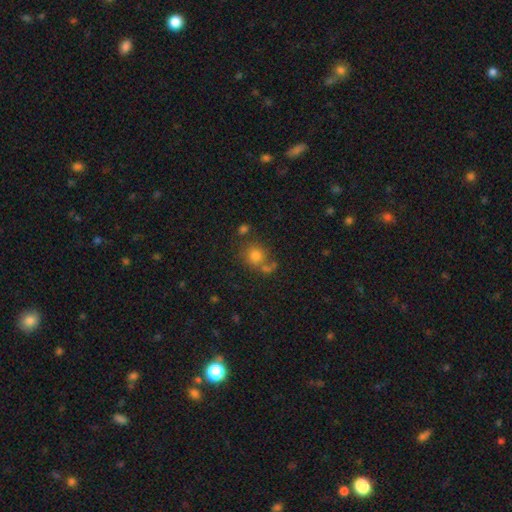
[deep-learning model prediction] Overall: smooth (76%). How rounded: round (82%). Merging: none (58%; merger 21%).